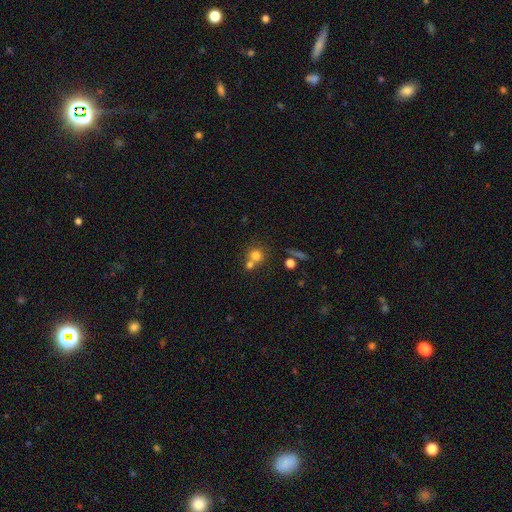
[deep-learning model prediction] smooth 74%, star or artifact 14%, featured or disk 12%. Down the decision tree: how rounded — round (86%); merging — none (45%).